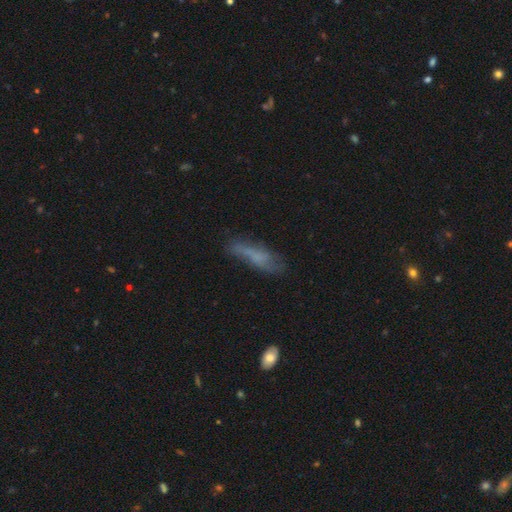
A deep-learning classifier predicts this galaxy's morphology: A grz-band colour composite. It shows a smooth galaxy with no disk features (55%) that is cigar-shaped (64%). Merging: none (55%).